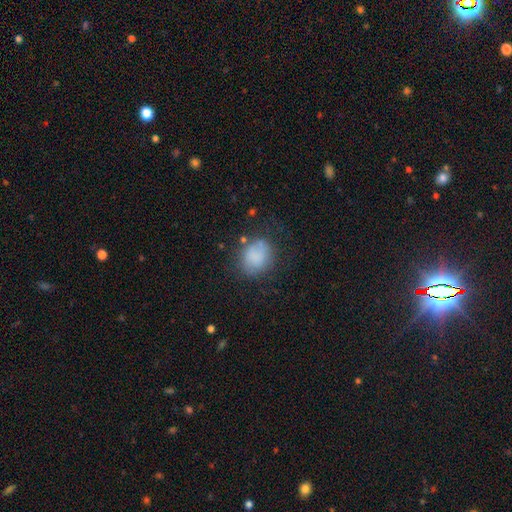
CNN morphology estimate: type=smooth (77%); roundness=round (60%); merging=none (61%).